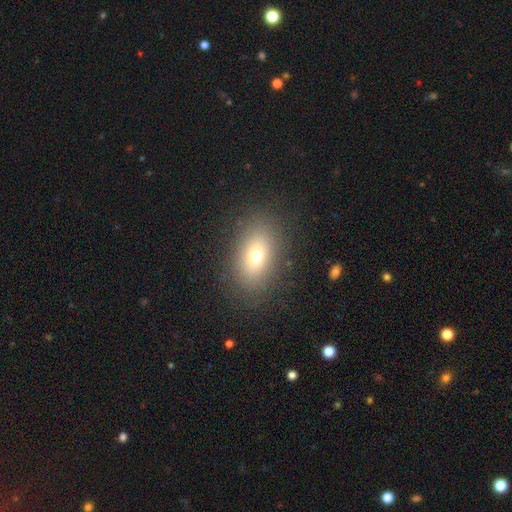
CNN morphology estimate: A smooth galaxy with no disk features (71%) that is in between round and cigar-shaped (84%). Merging: none (85%).